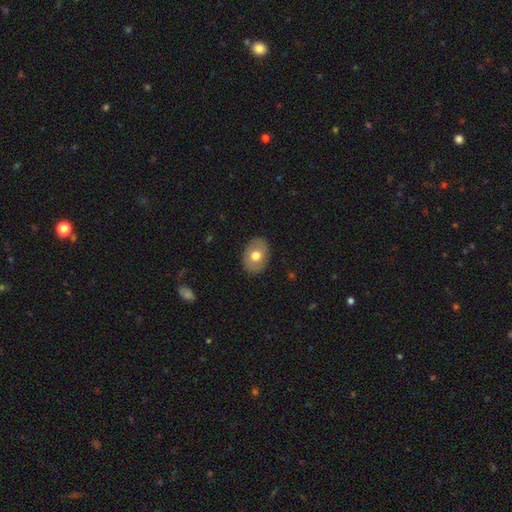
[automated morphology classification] smooth 69%, featured or disk 24%, star or artifact 7%. Down the decision tree: how rounded — in between (70%); merging — none (86%).